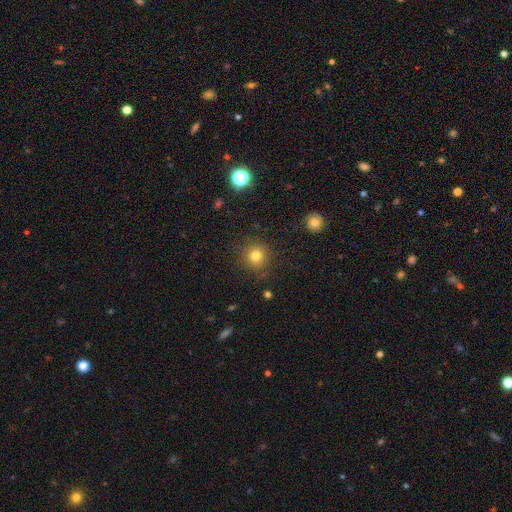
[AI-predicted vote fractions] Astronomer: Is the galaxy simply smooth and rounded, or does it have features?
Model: smooth — 79%.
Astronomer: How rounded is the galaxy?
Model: round — 93%.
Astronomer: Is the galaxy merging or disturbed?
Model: none — 88%.